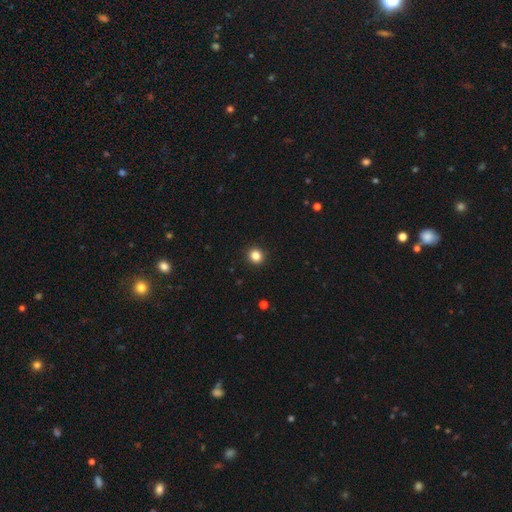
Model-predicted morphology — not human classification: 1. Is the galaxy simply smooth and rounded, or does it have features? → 84% smooth, 12% star or artifact, 4% featured or disk.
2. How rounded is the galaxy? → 88% round, 11% in between, 1% cigar-shaped.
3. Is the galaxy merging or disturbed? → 93% none, 5% minor disturbance, 2% major disturbance, 1% merger.